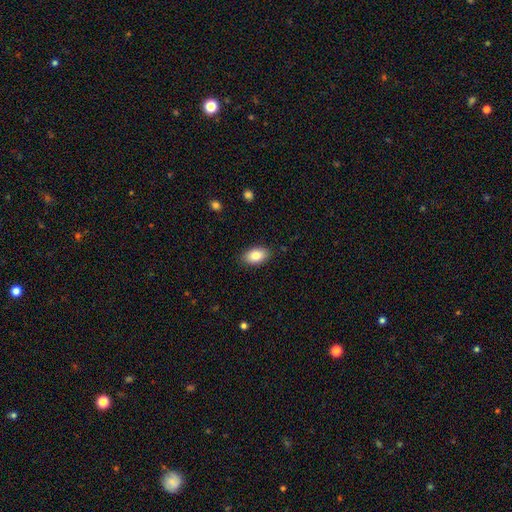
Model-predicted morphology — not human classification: This appears to be a smooth galaxy with no disk features (84%) that is in between round and cigar-shaped (91%). Merging: none (87%).